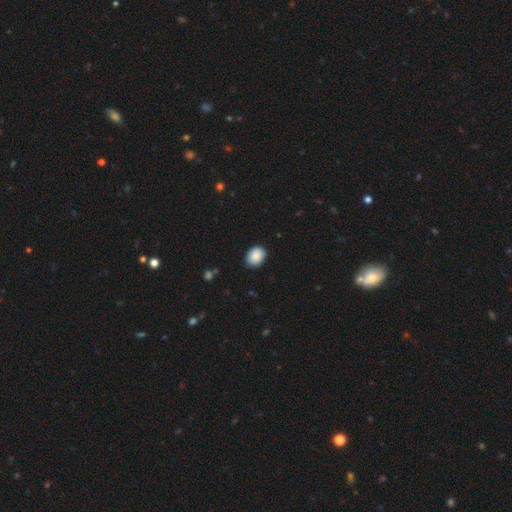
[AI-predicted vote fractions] This is clearly a smooth galaxy (89%). How rounded: possibly in between (55%). Merging: clearly none (86%).